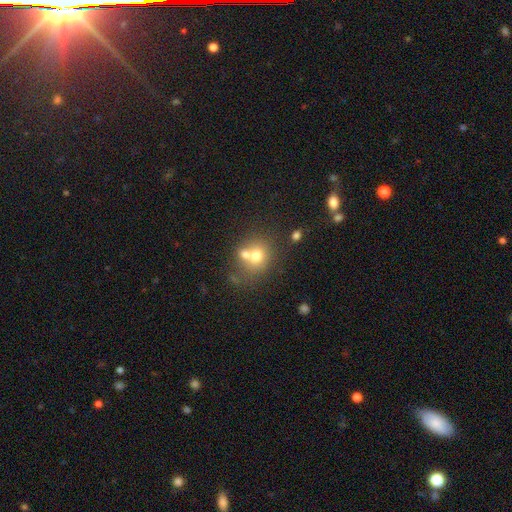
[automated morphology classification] Smooth or featured?
  - smooth: 66% *
  - featured or disk: 21%
  - star or artifact: 13%
How rounded?
  - round: 71% *
  - in between: 28%
  - cigar-shaped: 1%
Merging?
  - merger: 49% *
  - none: 36%
  - minor disturbance: 9%
  - major disturbance: 5%